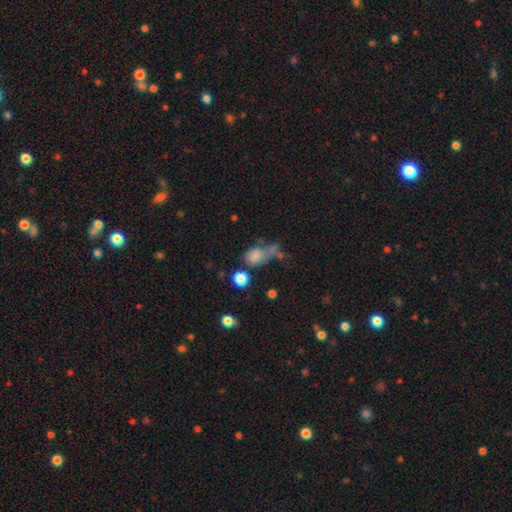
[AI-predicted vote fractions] Morphology: type=smooth (70%); roundness=in between (65%); merging=none (30%).